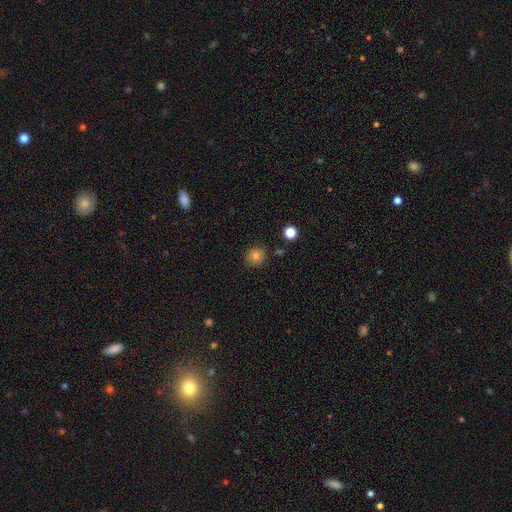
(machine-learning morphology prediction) smooth 77%, star or artifact 12%, featured or disk 10%. Down the decision tree: how rounded — round (87%); merging — none (85%).